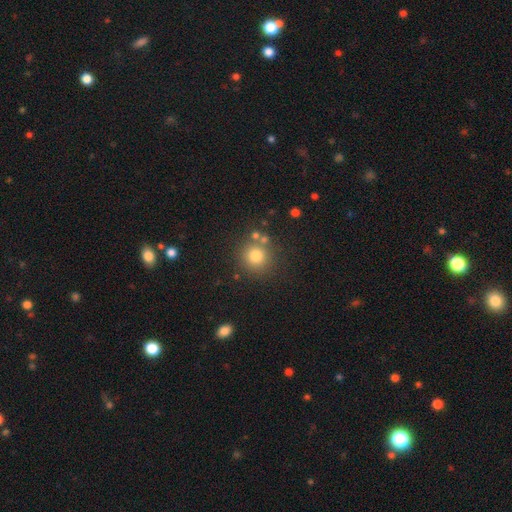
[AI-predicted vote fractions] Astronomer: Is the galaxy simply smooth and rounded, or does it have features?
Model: smooth — 77%.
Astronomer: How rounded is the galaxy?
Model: round — 93%.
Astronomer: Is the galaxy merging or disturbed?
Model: none — 77%.